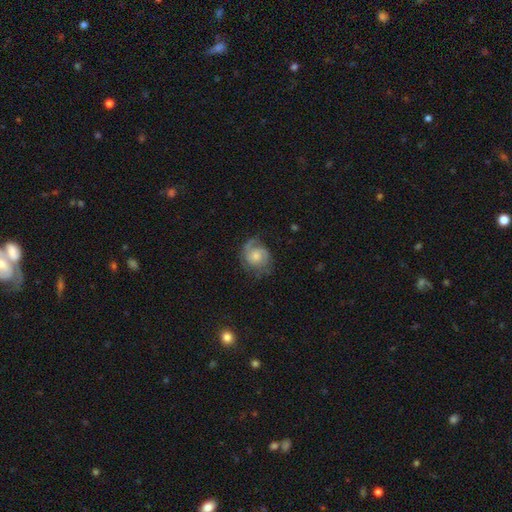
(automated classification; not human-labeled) Overall: featured or disk (66%; smooth 27%). Edge-on disk: no (97%). Bar: no (74%). Spiral arms: yes (89%). Spiral arm count: 2 (53%; can't tell 19%). Spiral winding: tight (44%; medium 38%). Bulge size: moderate (42%; small 41%). Merging: none (61%; minor disturbance 23%).